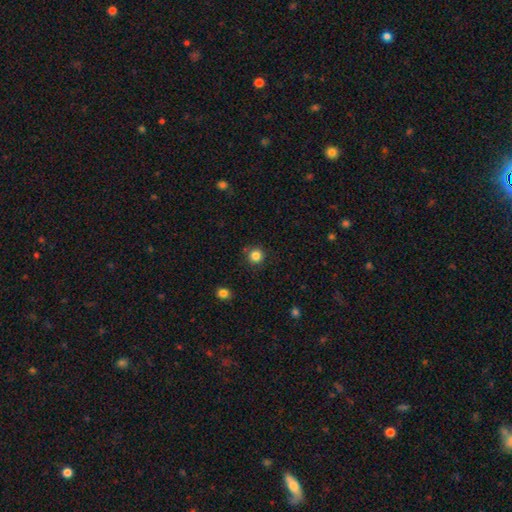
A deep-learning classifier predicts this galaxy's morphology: Q: Smooth or featured?
A: smooth (84%); runner-up: star or artifact (12%)
Q: How rounded?
A: round (94%); runner-up: in between (5%)
Q: Merging?
A: none (85%); runner-up: minor disturbance (10%)